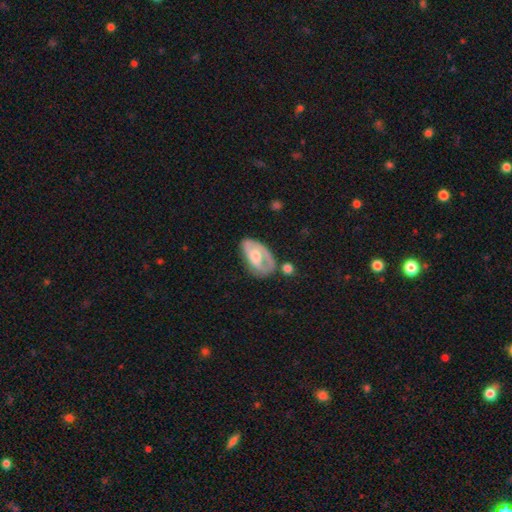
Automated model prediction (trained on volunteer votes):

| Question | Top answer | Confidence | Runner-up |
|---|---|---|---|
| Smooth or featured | featured or disk | 57% | smooth (37%) |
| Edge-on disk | no | 92% | yes (8%) |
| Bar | no | 70% | weak (24%) |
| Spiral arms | yes | 53% | no (47%) |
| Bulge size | moderate | 59% | small (20%) |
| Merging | none | 47% | minor disturbance (28%) |